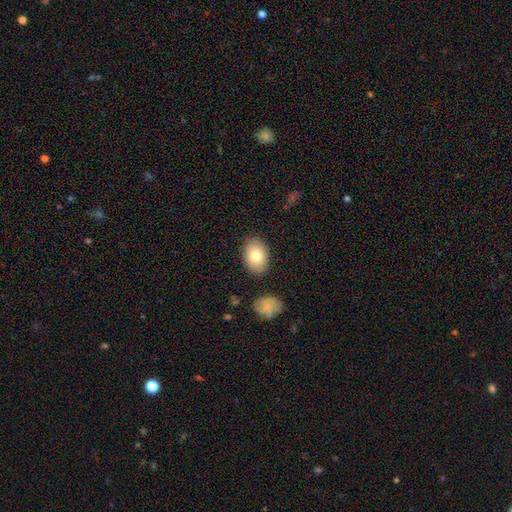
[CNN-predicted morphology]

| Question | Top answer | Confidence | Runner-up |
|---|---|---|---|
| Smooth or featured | smooth | 79% | featured or disk (13%) |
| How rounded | in between | 83% | round (16%) |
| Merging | none | 85% | minor disturbance (10%) |